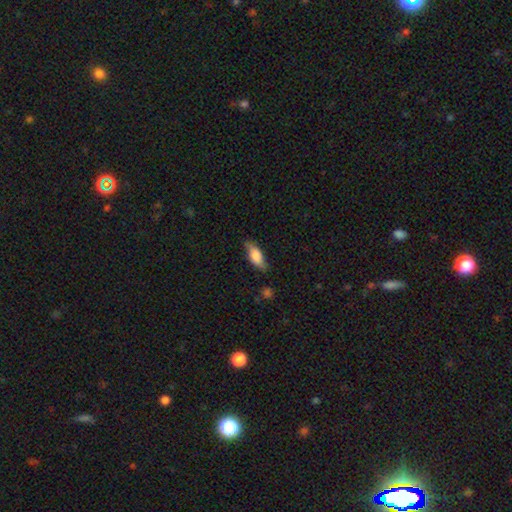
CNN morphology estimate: smooth_or_featured: smooth (p=0.72) [alt: featured or disk p=0.21]
how_rounded: in between (p=0.76) [alt: cigar-shaped p=0.21]
merging: none (p=0.73) [alt: minor disturbance p=0.20]